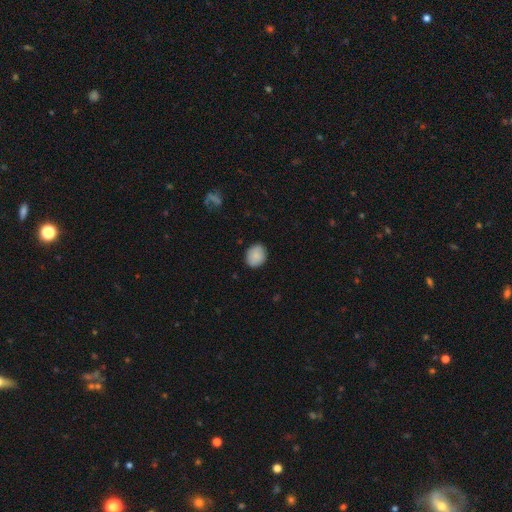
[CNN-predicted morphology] smooth-or-featured: smooth: 87% | star or artifact: 7% | featured or disk: 5%
  how-rounded: round: 59% | in between: 40% | cigar-shaped: 1%
  merging: none: 87% | minor disturbance: 10% | major disturbance: 2% | merger: 1%